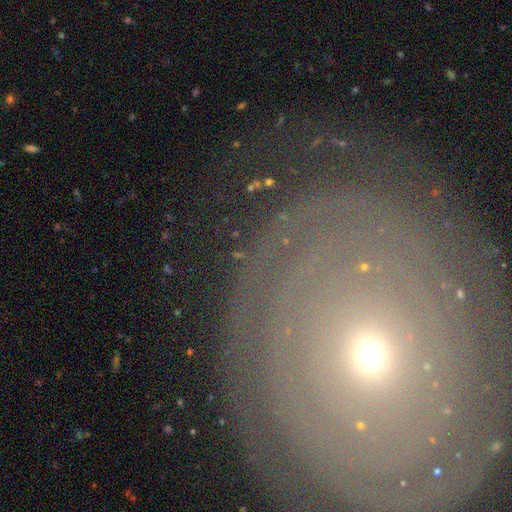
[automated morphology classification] smooth_or_featured: featured or disk (p=0.69) [alt: smooth p=0.19]
disk_edge_on: no (p=0.94) [alt: yes p=0.06]
bar: no (p=0.82) [alt: weak p=0.12]
has_spiral_arms: yes (p=0.72) [alt: no p=0.28]
bulge_size: small (p=0.68) [alt: moderate p=0.27]
merging: none (p=0.78) [alt: minor disturbance p=0.13]